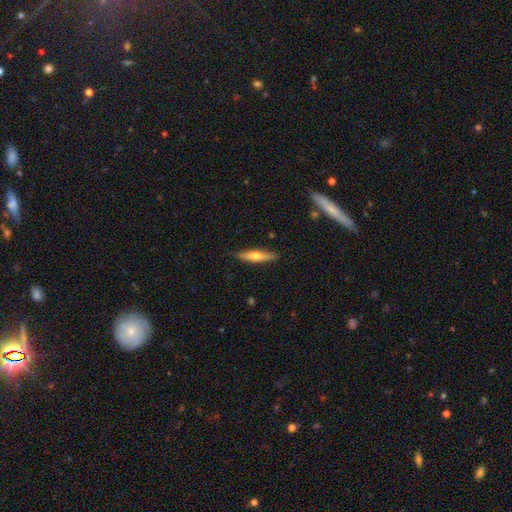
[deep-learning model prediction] The model was most divided on "smooth or featured": smooth: 48%, featured or disk: 46%, star or artifact: 6%. More confident: merging — none (88%).